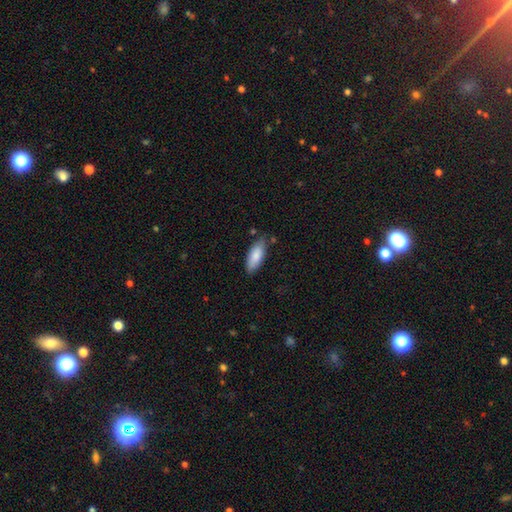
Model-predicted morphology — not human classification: A smooth galaxy with no disk features (85%) that is in between round and cigar-shaped (77%).

Vote fractions:
- Smooth or featured? smooth: 85% / featured or disk: 10% / star or artifact: 6%
- How rounded? in between: 77% / cigar-shaped: 21% / round: 2%
- Merging? none: 77% / minor disturbance: 17% / major disturbance: 3% / merger: 3%